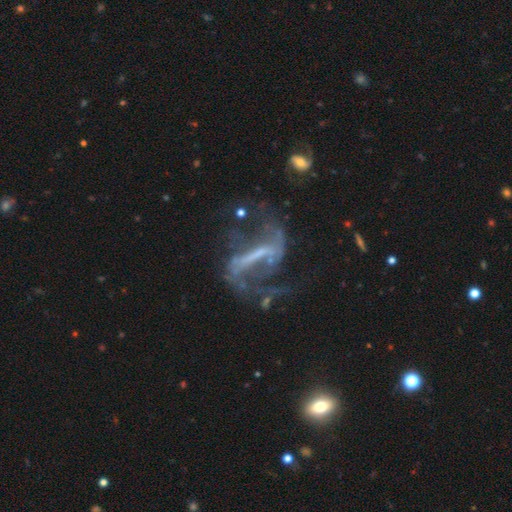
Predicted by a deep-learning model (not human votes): Overall: featured or disk (83%). Edge-on disk: no (92%). Bar: strong (71%). Spiral arms: yes (84%). Spiral arm count: 2 (85%). Spiral winding: loose (64%; medium 28%). Bulge size: none (50%; small 33%). Merging: none (48%; major disturbance 29%).